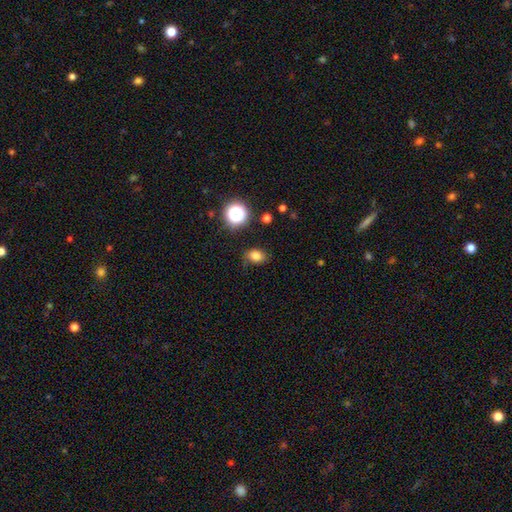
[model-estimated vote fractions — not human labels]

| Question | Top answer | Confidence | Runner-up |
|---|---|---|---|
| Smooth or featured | smooth | 80% | star or artifact (14%) |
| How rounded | in between | 66% | round (33%) |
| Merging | none | 76% | minor disturbance (18%) |